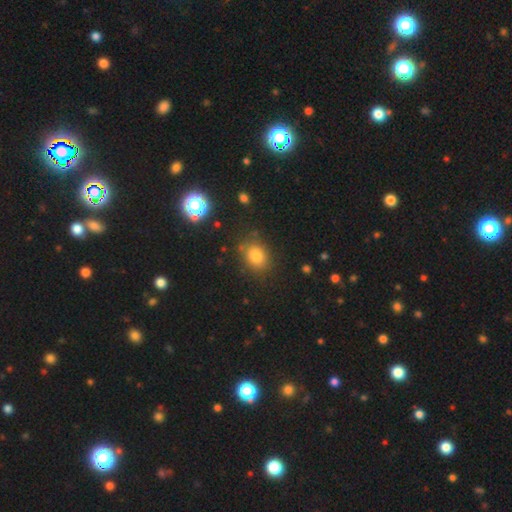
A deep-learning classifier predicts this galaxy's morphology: smooth-or-featured: smooth: 80% | star or artifact: 13% | featured or disk: 7%
  how-rounded: round: 53% | in between: 46% | cigar-shaped: 1%
  merging: none: 81% | minor disturbance: 12% | major disturbance: 4% | merger: 3%